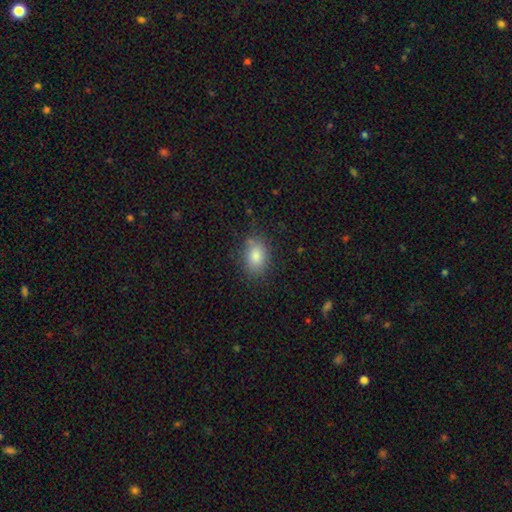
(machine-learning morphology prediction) This appears to be a smooth galaxy with no disk features (83%) that is in between round and cigar-shaped (76%). Merging: none (78%).